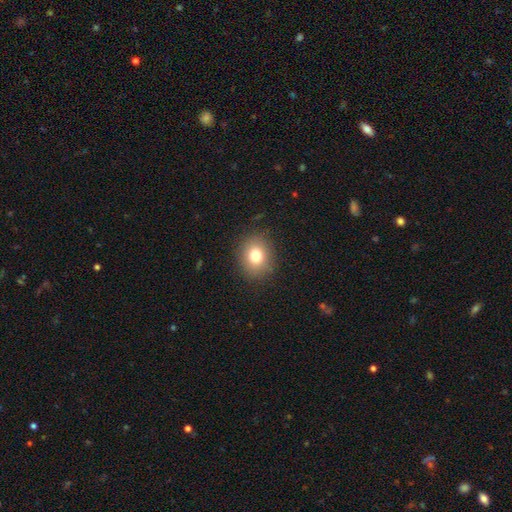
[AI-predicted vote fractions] Smooth or featured? smooth (79%)
How rounded? round (63%)
Merging? none (87%)